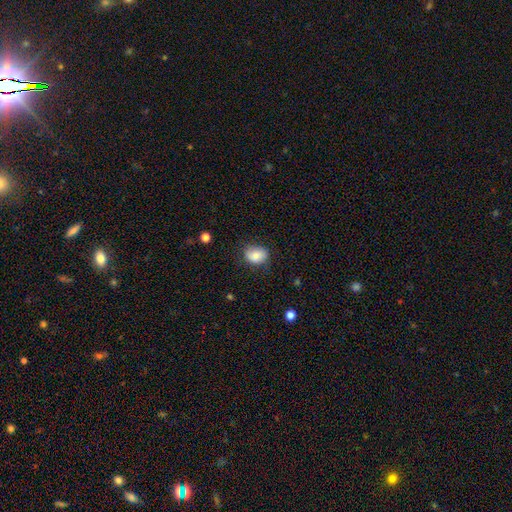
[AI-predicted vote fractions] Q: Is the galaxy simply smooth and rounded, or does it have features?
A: smooth — 83%.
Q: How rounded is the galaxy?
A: in between — 56%.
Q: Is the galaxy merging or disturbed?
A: none — 71%.